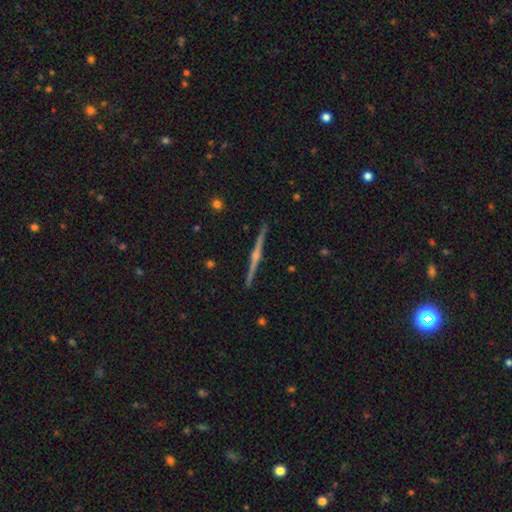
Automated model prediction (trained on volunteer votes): The model was most divided on "edge-on bulge": rounded: 71%, none: 20%, boxy: 9%. More confident: edge-on disk — yes (96%); merging — none (90%); smooth or featured — featured or disk (70%).